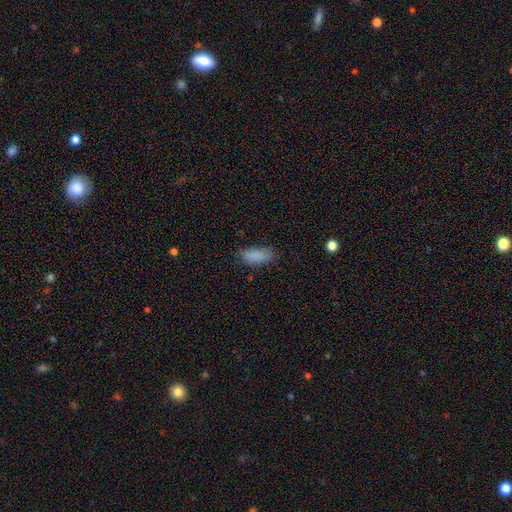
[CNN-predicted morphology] Overall: smooth (86%). How rounded: in between (77%). Merging: none (73%).